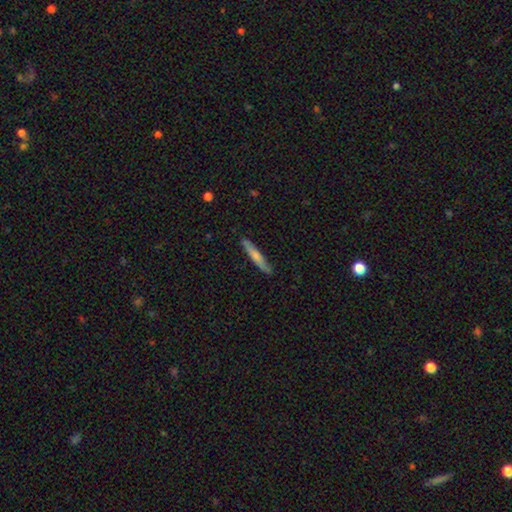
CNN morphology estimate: Smooth or featured: smooth — 65% (featured or disk — 30%)
How rounded: cigar-shaped — 94% (in between — 5%)
Merging: none — 87% (minor disturbance — 10%)